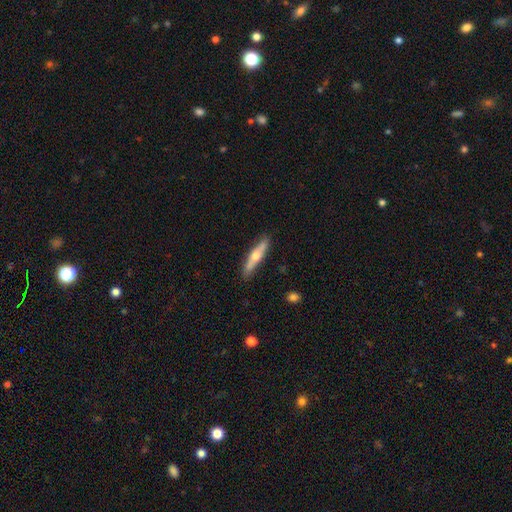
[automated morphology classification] smooth 49%, featured or disk 45%, star or artifact 5%. Down the decision tree: merging — none (86%).